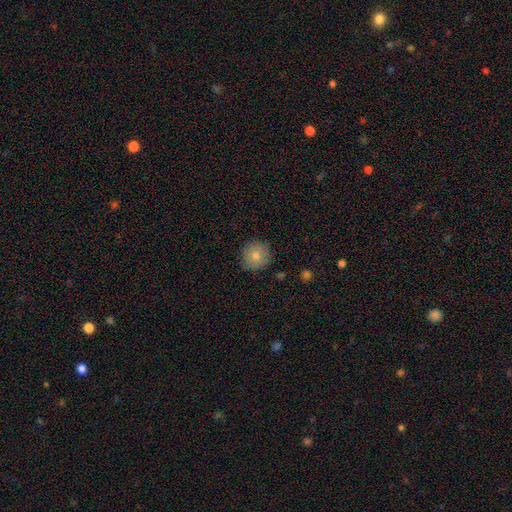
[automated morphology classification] This appears to be a smooth galaxy with no disk features (77%) that is round (93%). Merging: none (86%).